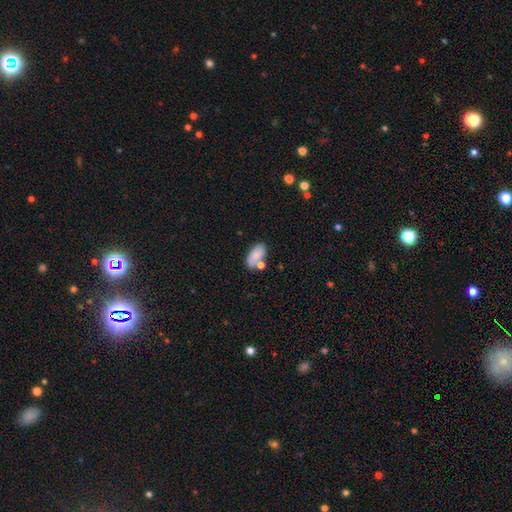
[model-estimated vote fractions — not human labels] Q: Smooth or featured?
A: smooth (76%); runner-up: featured or disk (16%)
Q: How rounded?
A: in between (92%); runner-up: round (5%)
Q: Merging?
A: none (45%); runner-up: merger (28%)